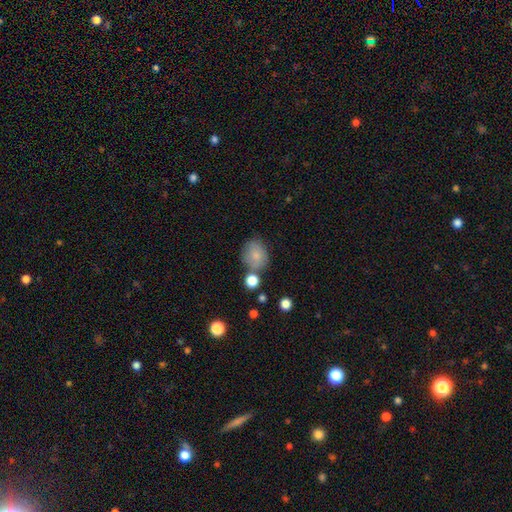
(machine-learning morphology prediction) Smooth or featured? Predicted: smooth (p=0.81). How rounded? Predicted: round (p=0.59). Merging? Predicted: none (p=0.63).